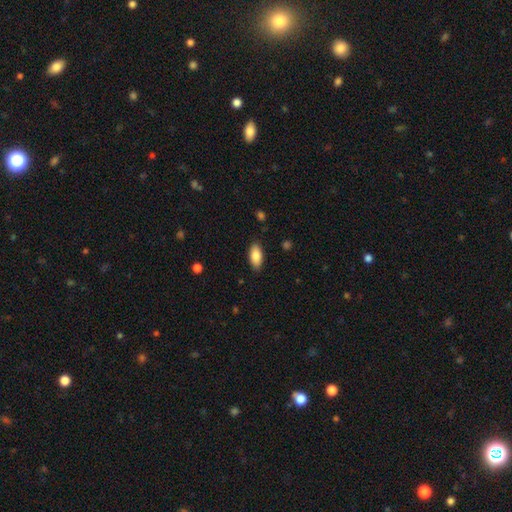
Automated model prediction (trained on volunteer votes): smooth-or-featured: smooth: 85% | featured or disk: 8% | star or artifact: 7%
  how-rounded: in between: 89% | cigar-shaped: 9% | round: 2%
  merging: none: 87% | minor disturbance: 10% | major disturbance: 2% | merger: 1%